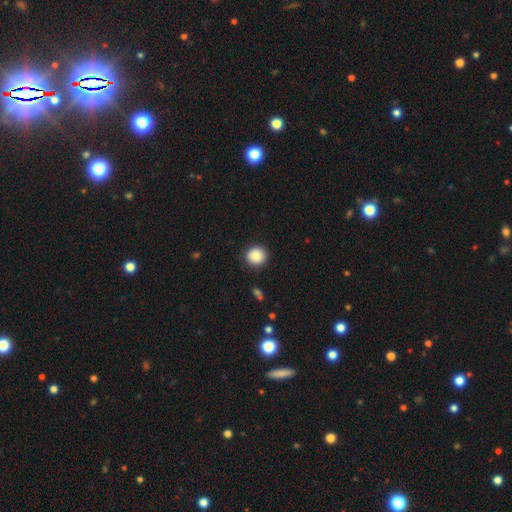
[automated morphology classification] This appears to be a smooth galaxy with no disk features (88%) that is round (90%). Merging: none (89%).